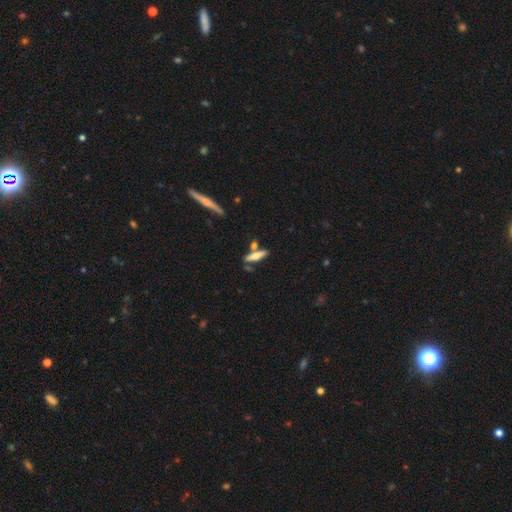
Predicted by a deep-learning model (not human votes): smooth-or-featured: smooth: 49% | featured or disk: 44% | star or artifact: 7%
  merging: none: 69% | merger: 14% | minor disturbance: 13% | major disturbance: 4%